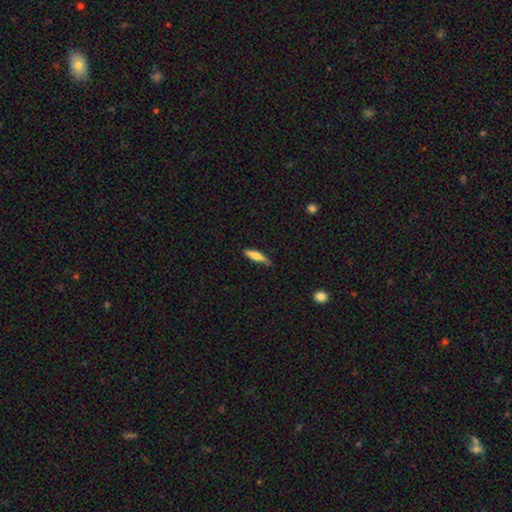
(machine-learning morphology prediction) type=smooth (74%); roundness=cigar-shaped (75%); merging=none (67%).